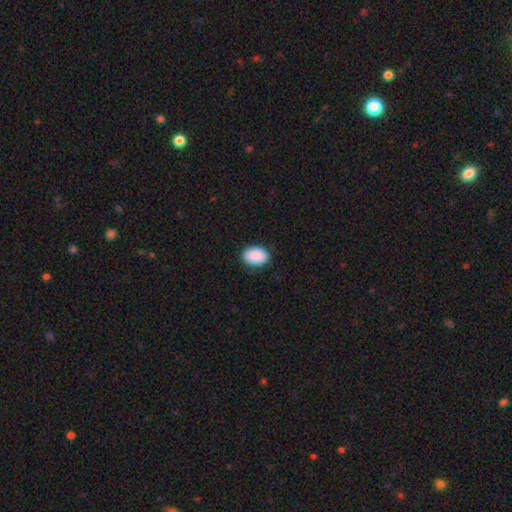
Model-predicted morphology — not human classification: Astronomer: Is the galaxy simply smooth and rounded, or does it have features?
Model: smooth — 91%.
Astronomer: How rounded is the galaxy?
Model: in between — 86%.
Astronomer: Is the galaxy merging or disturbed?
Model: none — 87%.